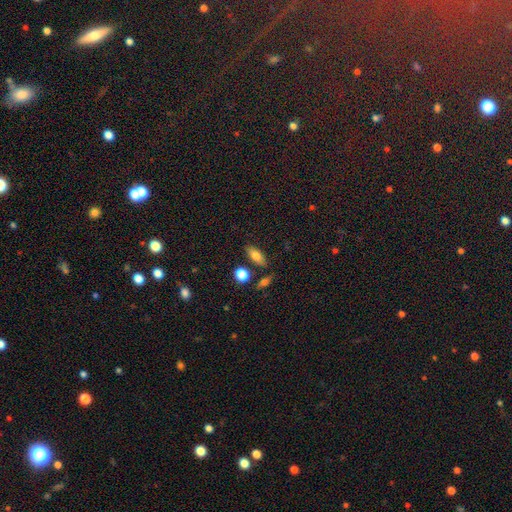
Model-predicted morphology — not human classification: Smooth or featured? Predicted: smooth (p=0.77). How rounded? Predicted: in between (p=0.77). Merging? Predicted: none (p=0.78).